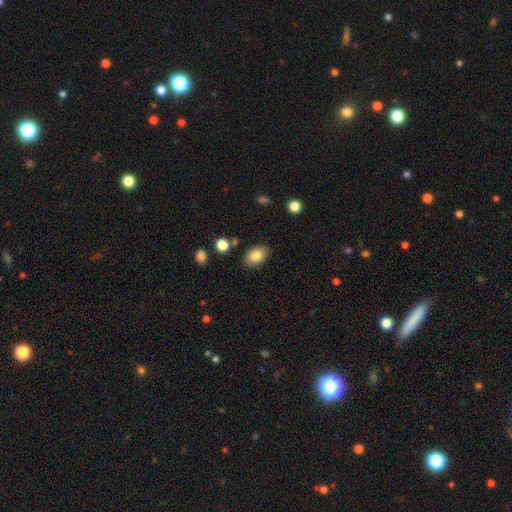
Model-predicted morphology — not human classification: smooth-or-featured: smooth: 82% | featured or disk: 10% | star or artifact: 8%
  how-rounded: in between: 87% | round: 12% | cigar-shaped: 1%
  merging: none: 84% | minor disturbance: 11% | major disturbance: 3% | merger: 3%